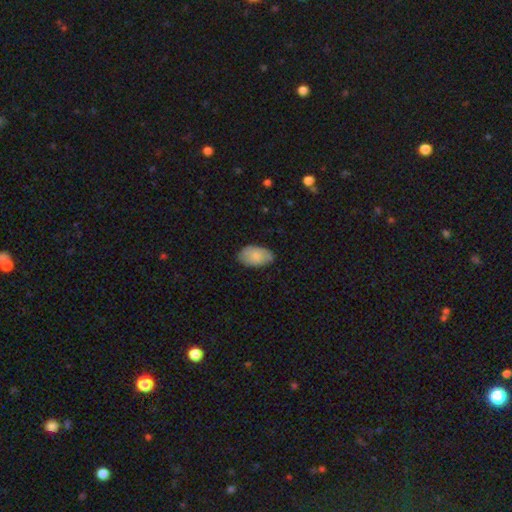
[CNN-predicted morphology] Overall: smooth (82%). How rounded: in between (95%). Merging: none (76%).